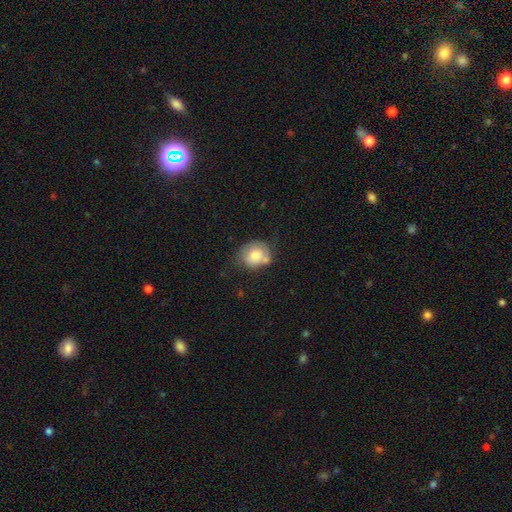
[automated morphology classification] Q: Smooth or featured?
A: smooth (72%); runner-up: featured or disk (21%)
Q: How rounded?
A: round (65%); runner-up: in between (34%)
Q: Merging?
A: none (45%); runner-up: minor disturbance (29%)